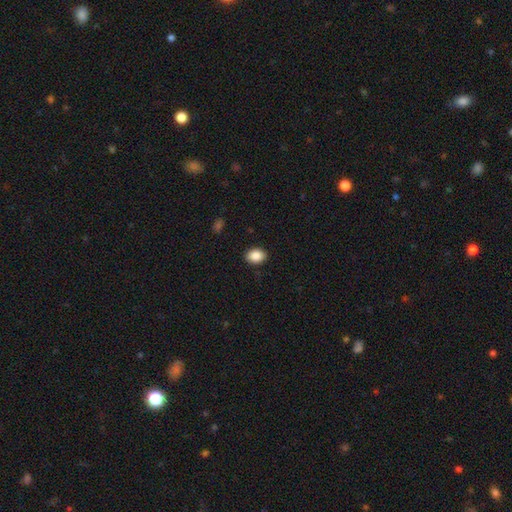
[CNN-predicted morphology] A smooth galaxy with no disk features (87%) that is in between round and cigar-shaped (71%). Merging: none (90%).